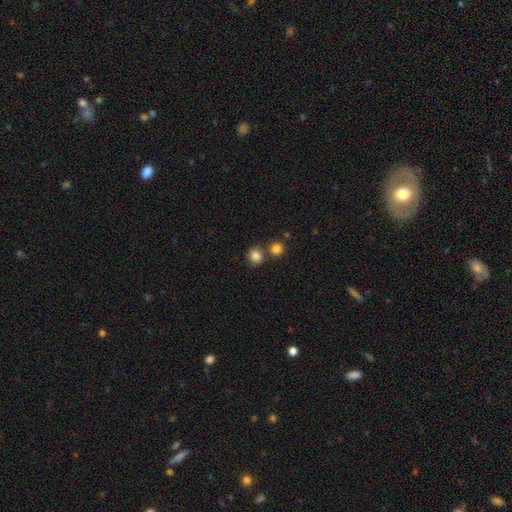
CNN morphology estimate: smooth 84%, star or artifact 11%, featured or disk 5%. Down the decision tree: how rounded — round (87%); merging — none (70%).